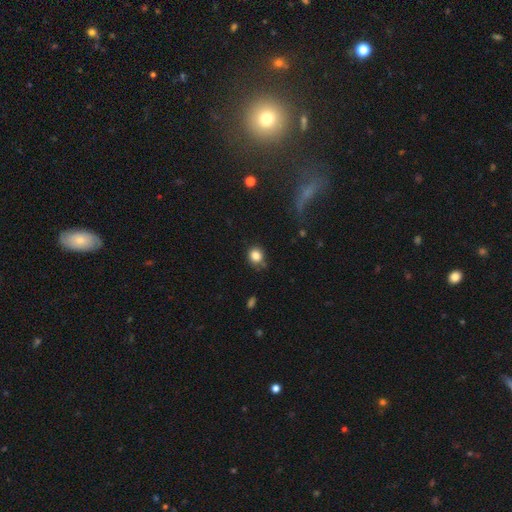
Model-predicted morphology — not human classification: Smooth or featured: smooth — 84% (star or artifact — 11%)
How rounded: round — 78% (in between — 21%)
Merging: none — 76% (minor disturbance — 17%)